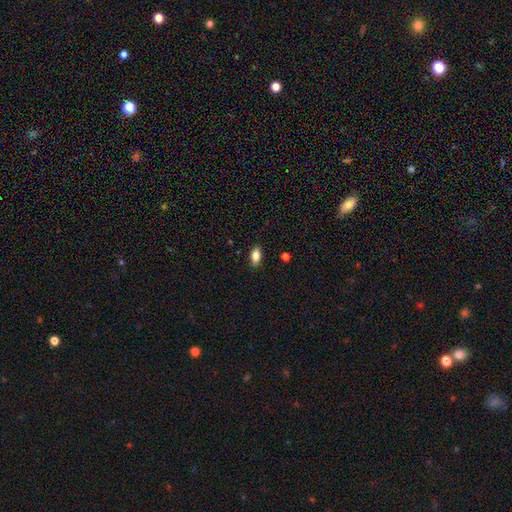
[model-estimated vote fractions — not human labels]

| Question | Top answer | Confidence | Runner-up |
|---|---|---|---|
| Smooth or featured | smooth | 84% | star or artifact (8%) |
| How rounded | in between | 89% | cigar-shaped (8%) |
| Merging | none | 87% | minor disturbance (10%) |